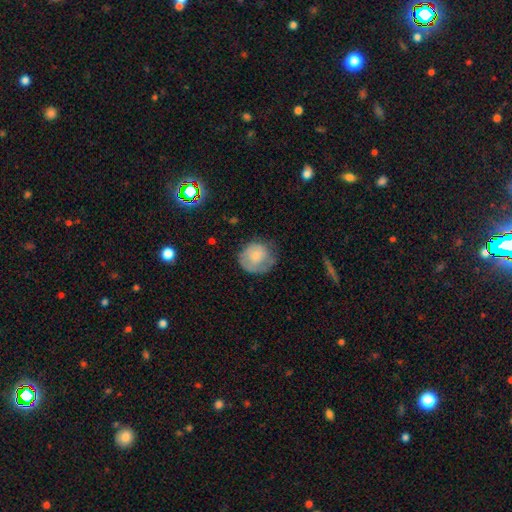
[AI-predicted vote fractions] smooth_or_featured: smooth (p=0.69) [alt: featured or disk p=0.24]
how_rounded: round (p=0.84) [alt: in between p=0.15]
merging: none (p=0.53) [alt: minor disturbance p=0.29]